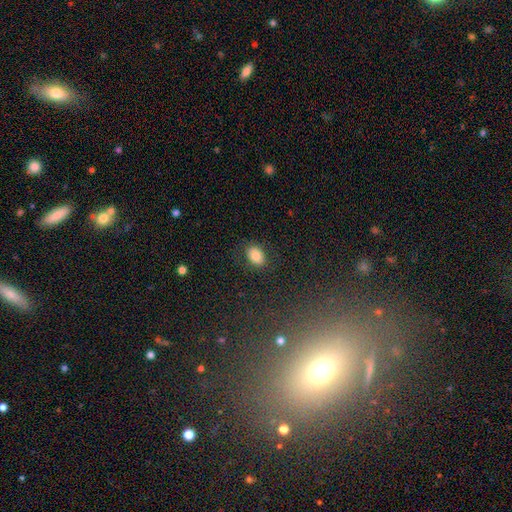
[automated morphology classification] smooth-or-featured: smooth: 81% | star or artifact: 10% | featured or disk: 10%
  how-rounded: in between: 72% | round: 27% | cigar-shaped: 1%
  merging: none: 83% | minor disturbance: 11% | major disturbance: 4% | merger: 1%